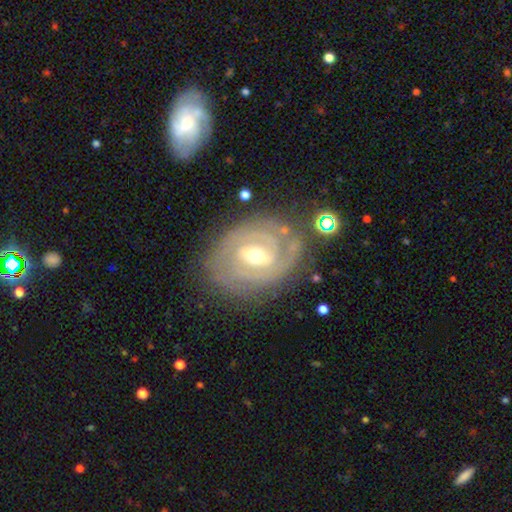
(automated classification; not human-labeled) Smooth or featured?
  - featured or disk: 88% *
  - smooth: 7%
  - star or artifact: 5%
Edge-on disk?
  - no: 96% *
  - yes: 4%
Bar?
  - weak: 49% *
  - strong: 30%
  - no: 20%
Spiral arms?
  - yes: 94% *
  - no: 6%
Spiral winding?
  - tight: 75% *
  - medium: 21%
  - loose: 4%
Spiral arm count?
  - 2: 48% *
  - can't tell: 22%
  - 3: 18%
  - 4: 5%
  - 1: 4%
  - more than 4: 3%
Bulge size?
  - moderate: 63% *
  - small: 32%
  - large: 3%
  - none: 1%
  - dominant: 1%
Merging?
  - none: 75% *
  - minor disturbance: 16%
  - major disturbance: 6%
  - merger: 2%